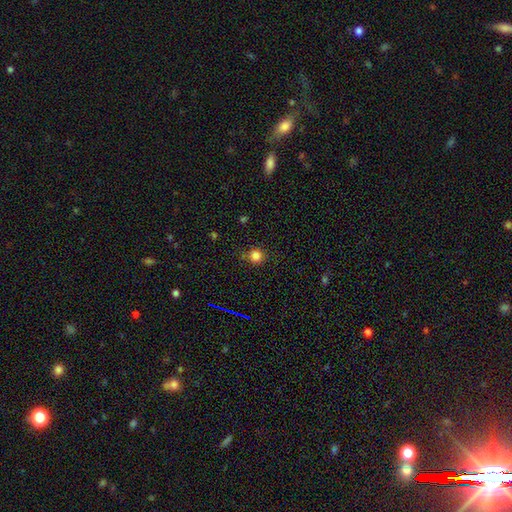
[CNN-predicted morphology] Q: Smooth or featured?
A: smooth (82%); runner-up: star or artifact (14%)
Q: How rounded?
A: round (93%); runner-up: in between (6%)
Q: Merging?
A: none (85%); runner-up: minor disturbance (10%)